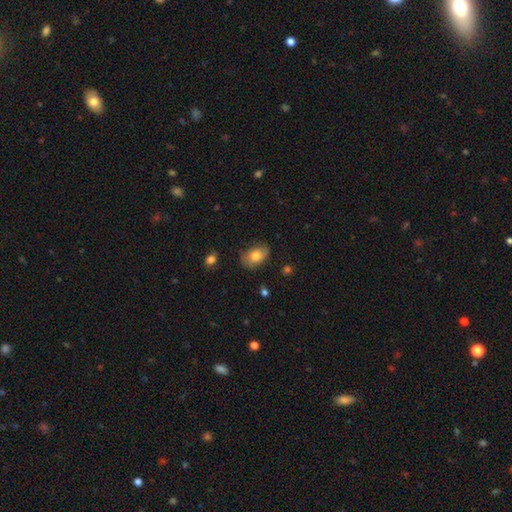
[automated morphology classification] Smooth or featured?
  - smooth: 77% *
  - featured or disk: 15%
  - star or artifact: 8%
How rounded?
  - in between: 84% *
  - round: 15%
  - cigar-shaped: 1%
Merging?
  - none: 70% *
  - minor disturbance: 23%
  - major disturbance: 6%
  - merger: 2%